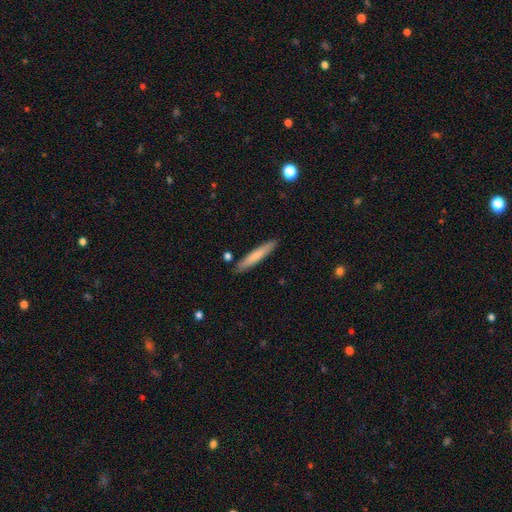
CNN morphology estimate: smooth-or-featured: smooth: 72% | featured or disk: 23% | star or artifact: 5%
  how-rounded: cigar-shaped: 94% | in between: 5% | round: 1%
  merging: none: 88% | minor disturbance: 8% | merger: 2% | major disturbance: 2%